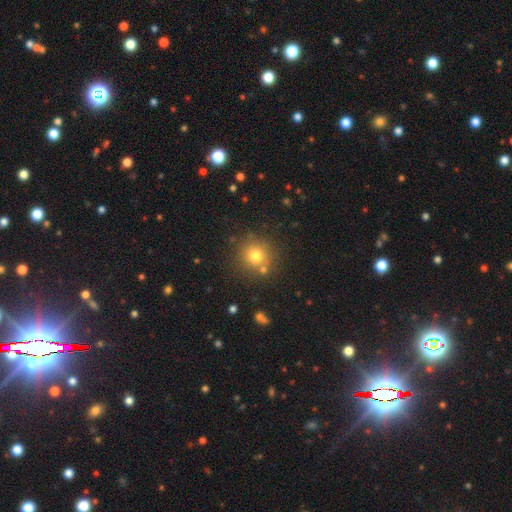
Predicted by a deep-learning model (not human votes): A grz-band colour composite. It shows a smooth galaxy with no disk features (75%) that is round (92%). Merging: none (80%).